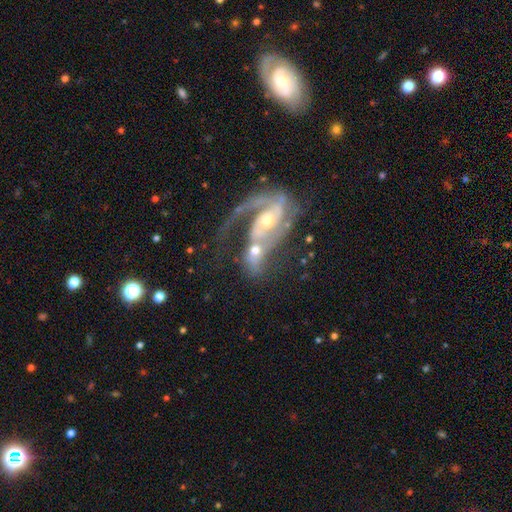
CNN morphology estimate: This appears to be a featured or disk galaxy (77%) with no bar (61%), 2 (42%) medium (39%) spiral arms (86%) and a moderate central bulge (53%). Merging: merger (60%).